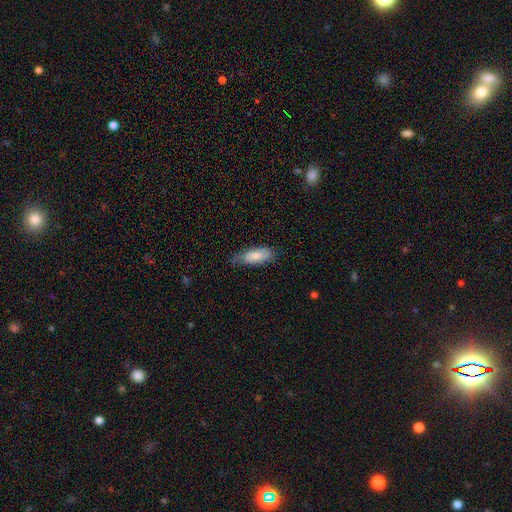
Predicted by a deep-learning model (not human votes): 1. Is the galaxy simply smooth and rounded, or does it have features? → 79% smooth, 15% featured or disk, 6% star or artifact.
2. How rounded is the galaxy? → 80% in between, 19% cigar-shaped, 2% round.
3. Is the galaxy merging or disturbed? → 59% none, 32% minor disturbance, 7% major disturbance, 1% merger.